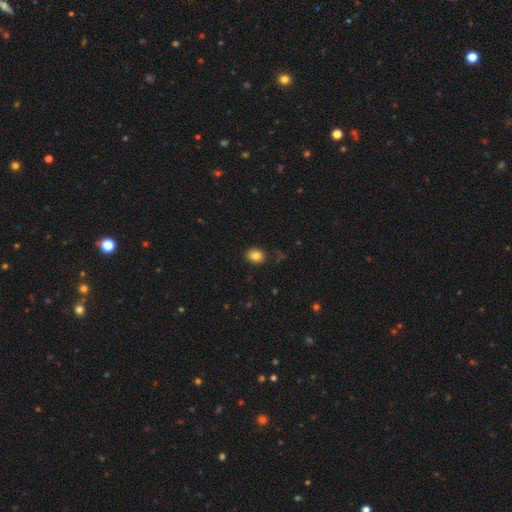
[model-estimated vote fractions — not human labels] Smooth or featured? smooth (83%)
How rounded? in between (53%)
Merging? none (85%)